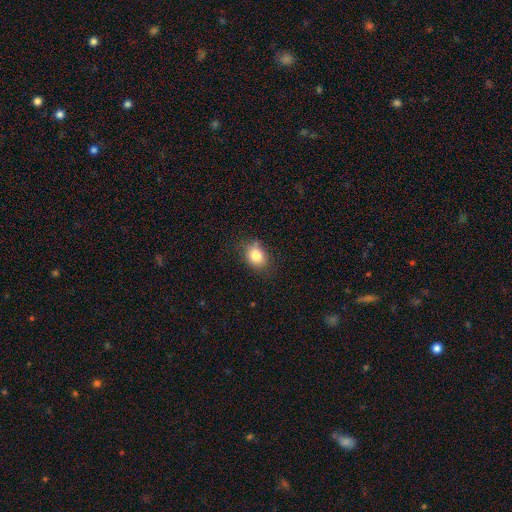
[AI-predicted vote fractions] Q: Smooth or featured?
A: smooth (81%); runner-up: star or artifact (10%)
Q: How rounded?
A: in between (56%); runner-up: round (43%)
Q: Merging?
A: none (76%); runner-up: minor disturbance (18%)